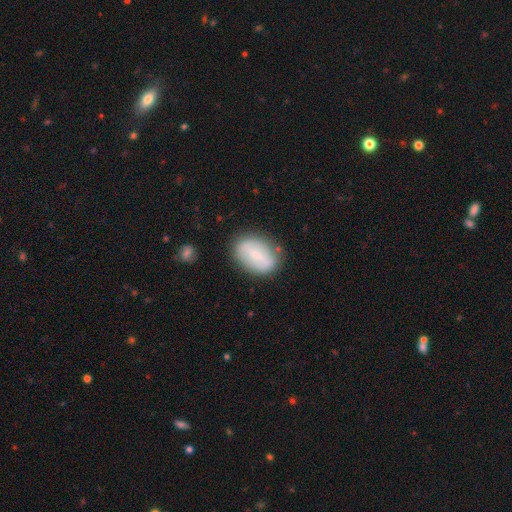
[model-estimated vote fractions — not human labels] This appears to be a smooth galaxy with no disk features (60%) that is in between round and cigar-shaped (87%). Merging: none (78%).